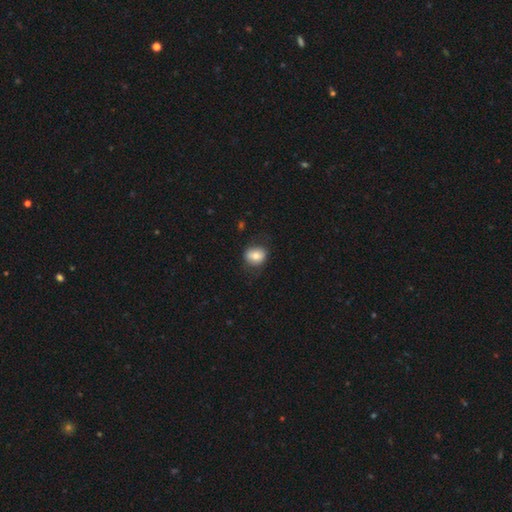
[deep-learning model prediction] smooth_or_featured: smooth (p=0.76) [alt: featured or disk p=0.15]
how_rounded: round (p=0.57) [alt: in between p=0.42]
merging: none (p=0.75) [alt: minor disturbance p=0.17]